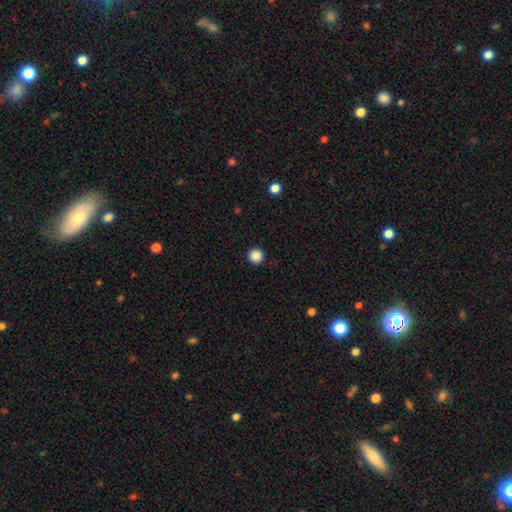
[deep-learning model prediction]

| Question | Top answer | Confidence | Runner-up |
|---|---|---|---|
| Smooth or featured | smooth | 88% | star or artifact (10%) |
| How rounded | round | 96% | in between (3%) |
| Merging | none | 93% | minor disturbance (4%) |